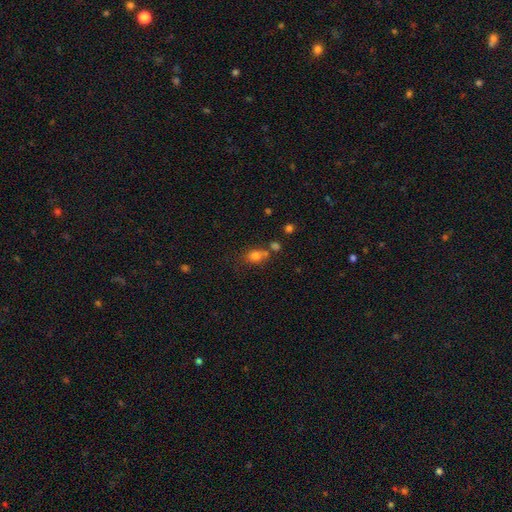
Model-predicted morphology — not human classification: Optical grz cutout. It shows a smooth galaxy with no disk features (77%) that is round (49%, tied with in between). Merging: none (50%).